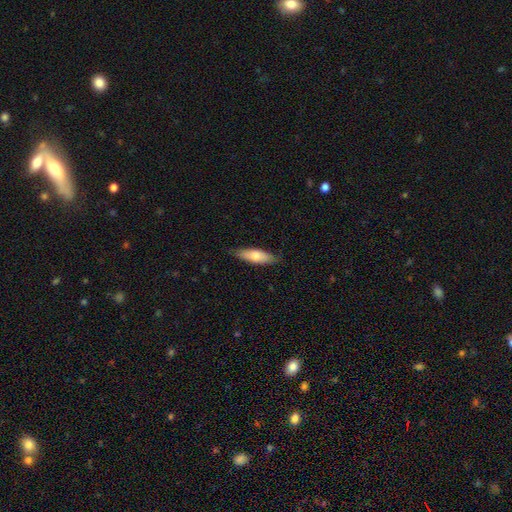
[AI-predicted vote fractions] Smooth or featured?
  - smooth: 73% *
  - featured or disk: 21%
  - star or artifact: 5%
How rounded?
  - in between: 50% *
  - cigar-shaped: 48%
  - round: 2%
Merging?
  - none: 81% *
  - minor disturbance: 15%
  - major disturbance: 2%
  - merger: 1%